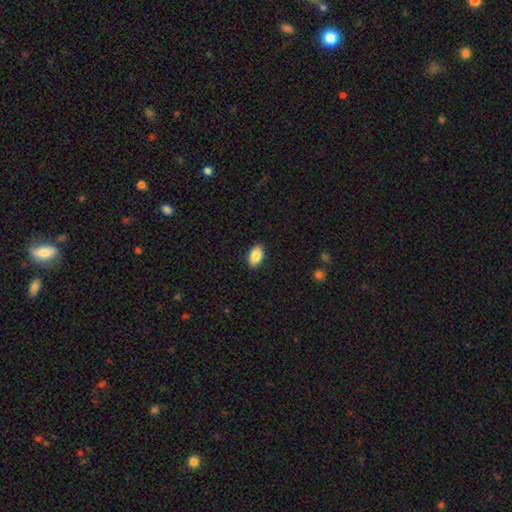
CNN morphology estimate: smooth 87%, star or artifact 7%, featured or disk 6%. Down the decision tree: how rounded — in between (92%); merging — none (89%).